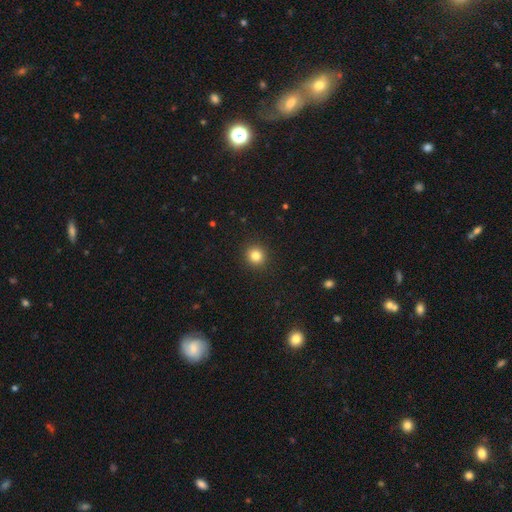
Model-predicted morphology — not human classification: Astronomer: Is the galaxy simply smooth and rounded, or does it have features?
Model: smooth — 82%.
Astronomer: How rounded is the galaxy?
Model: round — 92%.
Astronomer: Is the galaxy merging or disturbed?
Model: none — 92%.